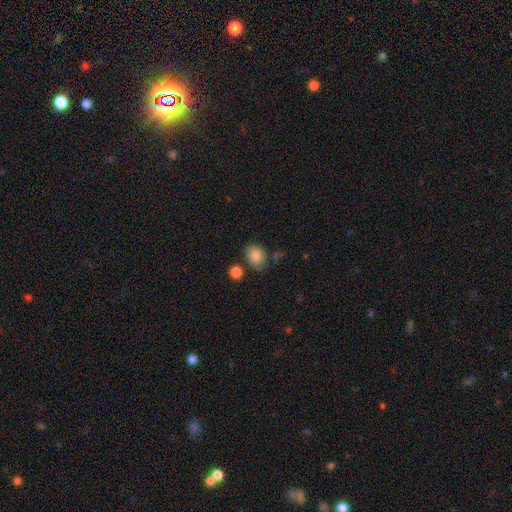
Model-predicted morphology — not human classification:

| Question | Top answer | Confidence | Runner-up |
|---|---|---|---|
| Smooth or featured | smooth | 84% | star or artifact (9%) |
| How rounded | in between | 64% | round (35%) |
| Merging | none | 71% | minor disturbance (17%) |